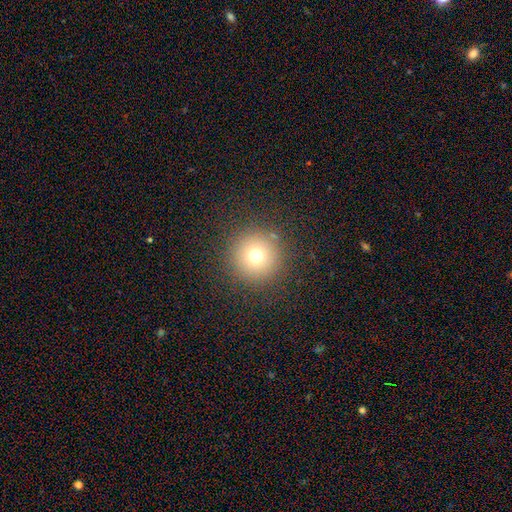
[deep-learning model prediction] Smooth or featured? Predicted: smooth (p=0.72). How rounded? Predicted: round (p=0.96). Merging? Predicted: none (p=0.89).